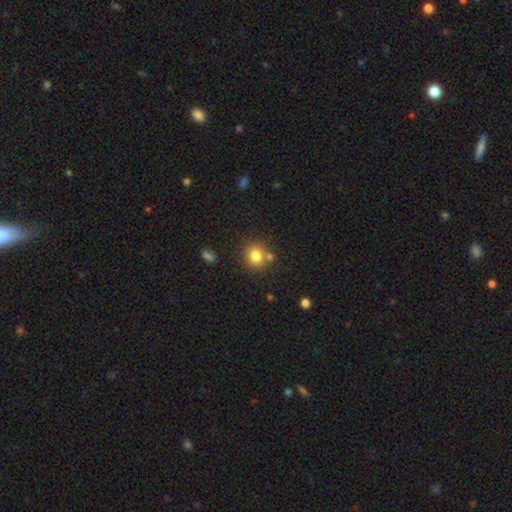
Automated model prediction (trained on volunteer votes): Smooth or featured? smooth (80%)
How rounded? round (87%)
Merging? none (72%)